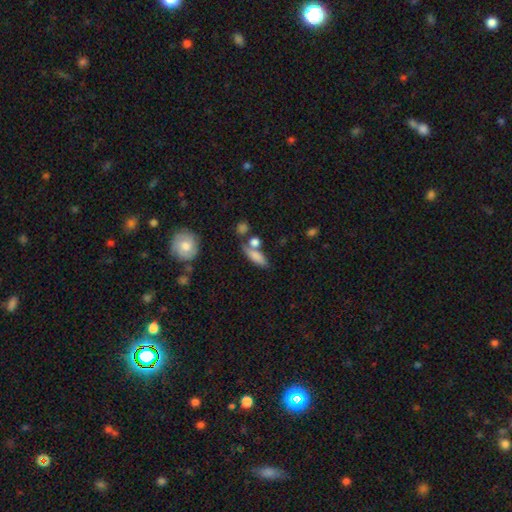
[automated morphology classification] type=smooth (78%); roundness=in between (62%); merging=none (47%).